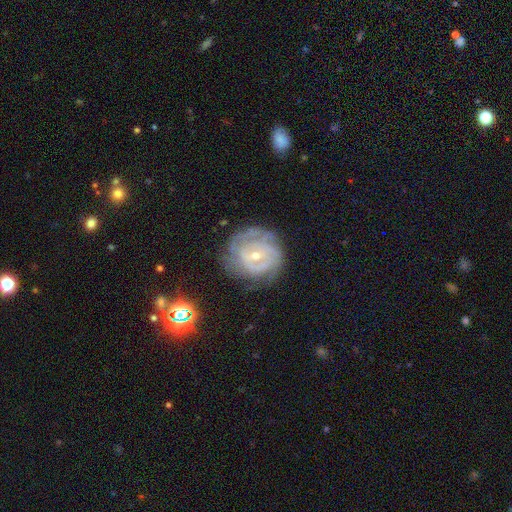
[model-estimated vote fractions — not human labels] This is likely a featured or disk galaxy (77%). It is clearly not viewed edge-on (97%). Bar: possibly no (53%). Spiral arm pattern: clearly yes (86%). Spiral arm count: possibly can't tell (46%). Spiral winding: likely tight (69%). Central bulge: likely small (69%). Merging: likely none (65%).